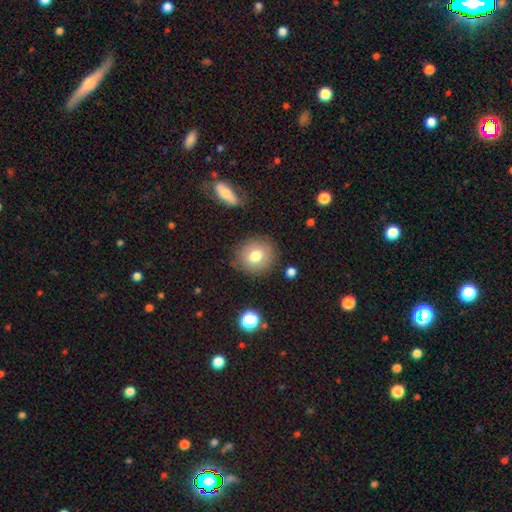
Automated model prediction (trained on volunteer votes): smooth_or_featured: smooth (p=0.76) [alt: featured or disk p=0.14]
how_rounded: round (p=0.83) [alt: in between p=0.16]
merging: none (p=0.84) [alt: minor disturbance p=0.11]